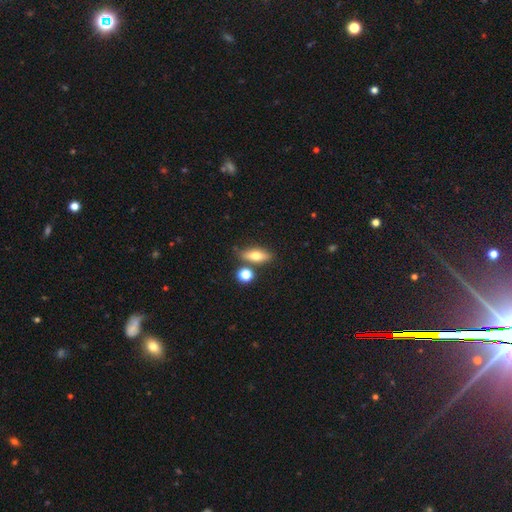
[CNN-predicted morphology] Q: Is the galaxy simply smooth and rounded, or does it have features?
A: smooth — 64%.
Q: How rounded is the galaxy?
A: in between — 64%.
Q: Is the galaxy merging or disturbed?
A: none — 75%.